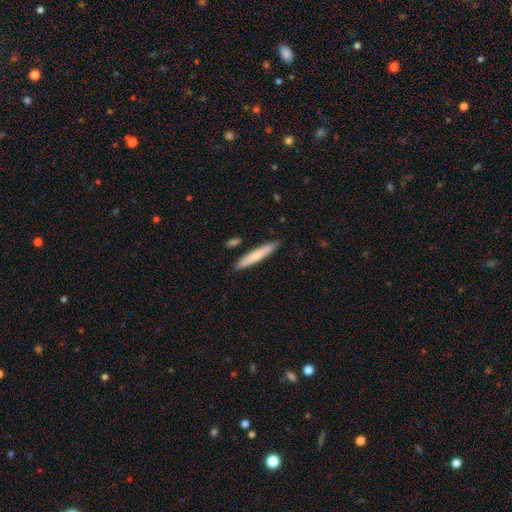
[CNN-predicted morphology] smooth 71%, featured or disk 24%, star or artifact 5%. Down the decision tree: how rounded — cigar-shaped (94%); merging — none (88%).